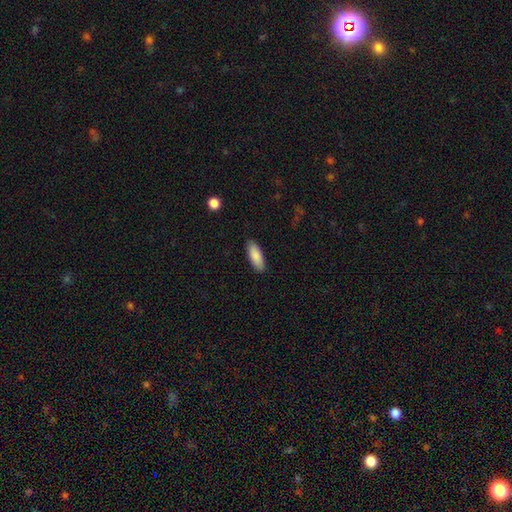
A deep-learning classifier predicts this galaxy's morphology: Q: Smooth or featured?
A: smooth (88%); runner-up: featured or disk (6%)
Q: How rounded?
A: in between (70%); runner-up: cigar-shaped (29%)
Q: Merging?
A: none (89%); runner-up: minor disturbance (8%)